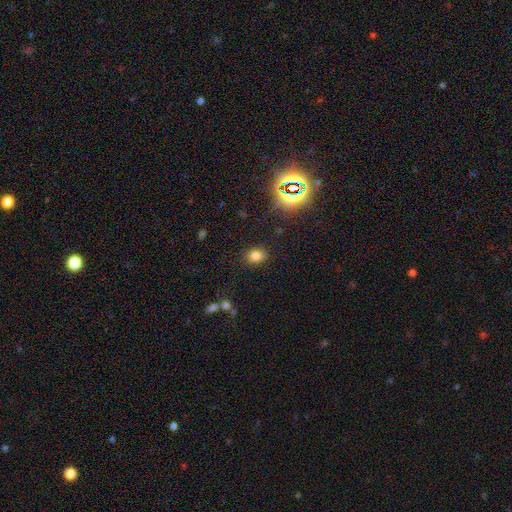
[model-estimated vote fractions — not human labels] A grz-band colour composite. It shows a smooth galaxy with no disk features (77%) that is in between round and cigar-shaped (55%). Merging: none (87%).